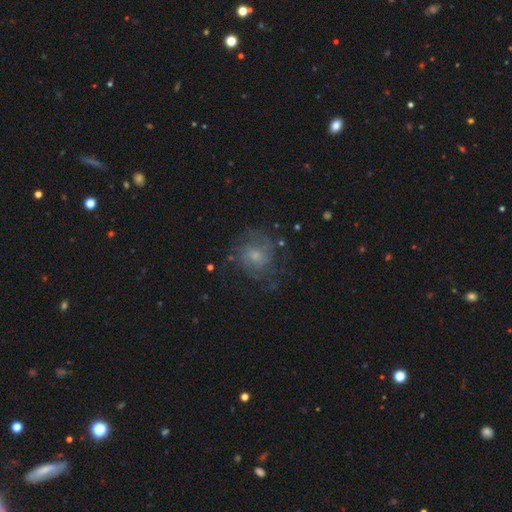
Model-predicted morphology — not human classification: Smooth or featured: featured or disk — 55% (smooth — 34%)
Edge-on disk: no — 98% (yes — 2%)
Bar: no — 72% (weak — 25%)
Spiral arms: yes — 73% (no — 27%)
Bulge size: small — 54% (moderate — 34%)
Merging: none — 63% (minor disturbance — 19%)